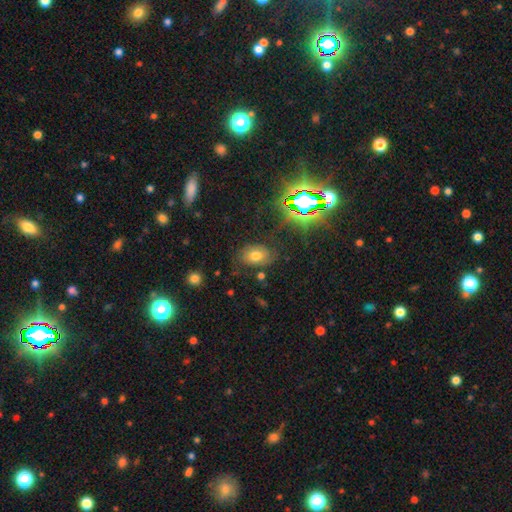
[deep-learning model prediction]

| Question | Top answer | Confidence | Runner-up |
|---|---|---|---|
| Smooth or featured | smooth | 51% | featured or disk (27%) |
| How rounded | in between | 82% | round (17%) |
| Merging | none | 71% | minor disturbance (19%) |